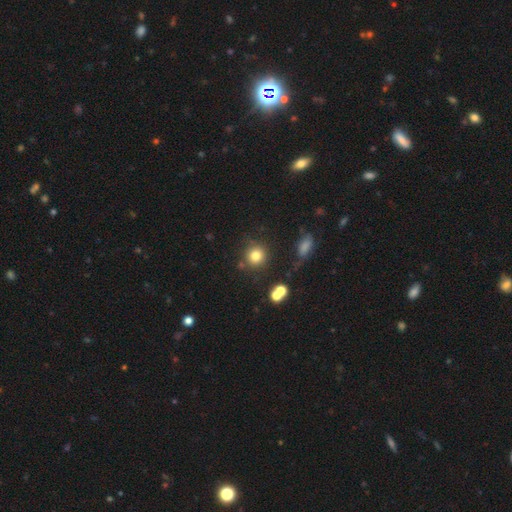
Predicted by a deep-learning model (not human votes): Smooth or featured? Predicted: smooth (p=0.79). How rounded? Predicted: round (p=0.90). Merging? Predicted: none (p=0.77).